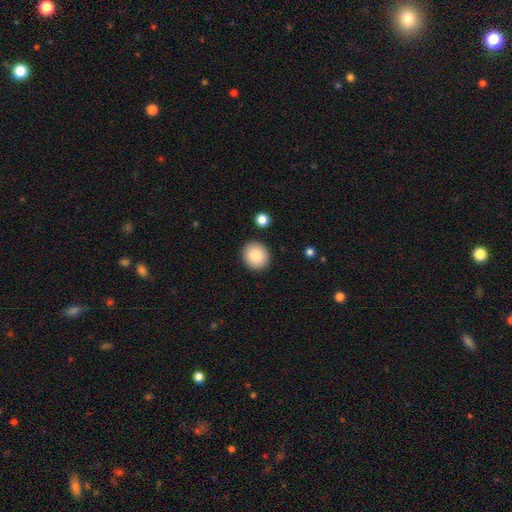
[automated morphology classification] A smooth galaxy with no disk features (86%) that is round (86%).

Vote fractions:
- Smooth or featured? smooth: 86% / star or artifact: 8% / featured or disk: 6%
- How rounded? round: 86% / in between: 13% / cigar-shaped: 1%
- Merging? none: 90% / minor disturbance: 6% / major disturbance: 2% / merger: 2%